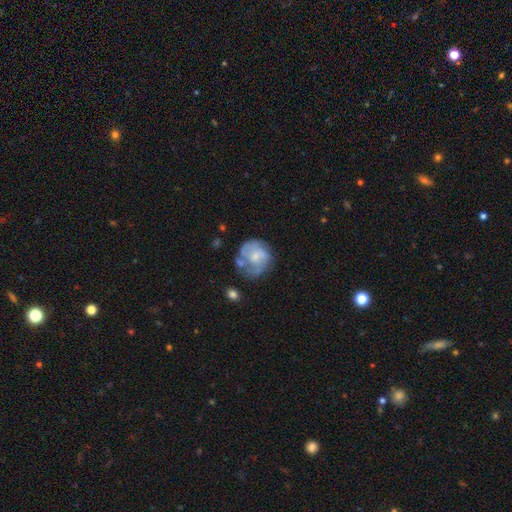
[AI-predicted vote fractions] Morphology: type=featured or disk (58%); edge-on=no (98%); bar=no (73%); spiral arms=yes (60%); bulge=small (50%); merging=none (50%).